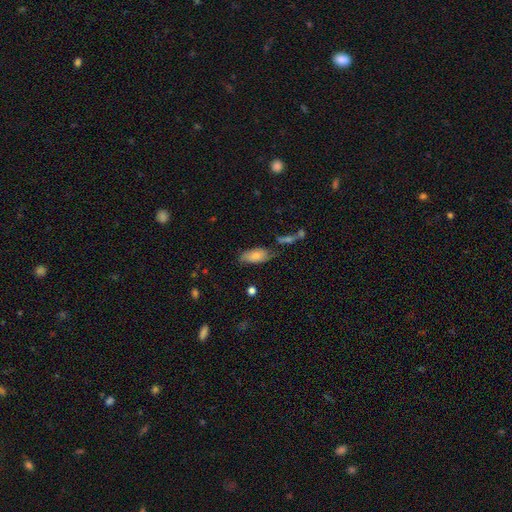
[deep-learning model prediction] smooth_or_featured: smooth (p=0.72) [alt: featured or disk p=0.20]
how_rounded: in between (p=0.89) [alt: cigar-shaped p=0.08]
merging: none (p=0.56) [alt: minor disturbance p=0.29]